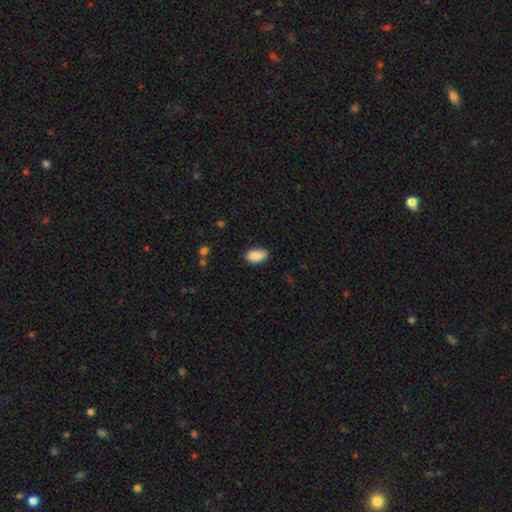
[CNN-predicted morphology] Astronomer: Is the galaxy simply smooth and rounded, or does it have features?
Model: smooth — 89%.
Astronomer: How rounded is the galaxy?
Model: in between — 92%.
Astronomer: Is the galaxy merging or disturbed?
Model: none — 80%.